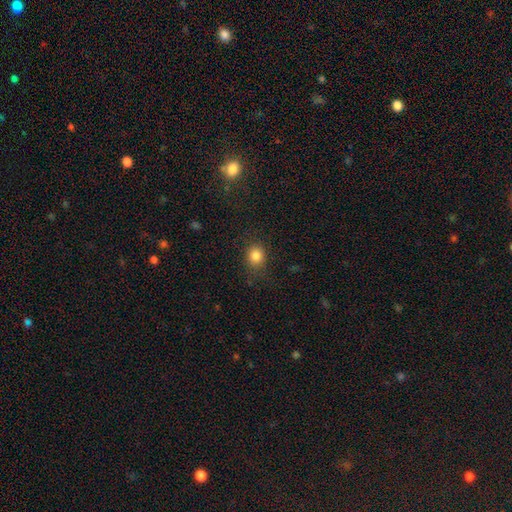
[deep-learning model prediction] smooth 84%, star or artifact 11%, featured or disk 5%. Down the decision tree: how rounded — round (71%); merging — none (83%).